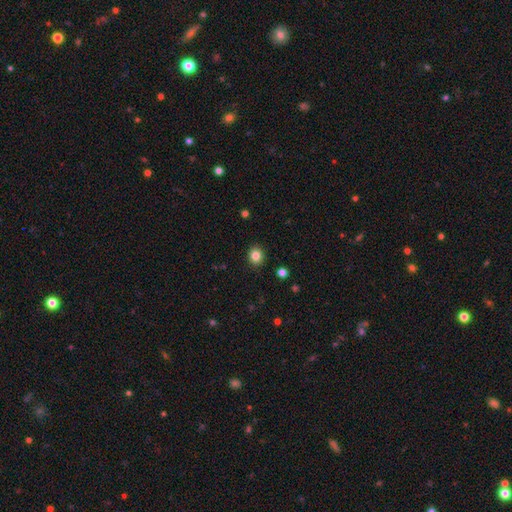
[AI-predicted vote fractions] A smooth galaxy with no disk features (83%) that is round (74%). Merging: none (91%).